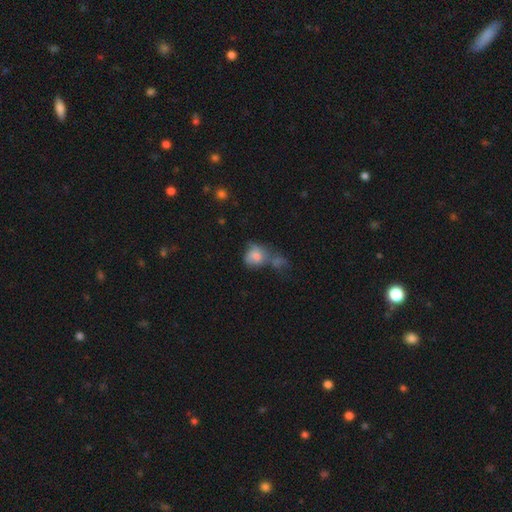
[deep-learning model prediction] The model was most divided on "merging": merger: 43%, none: 28%, minor disturbance: 17%, major disturbance: 12%. More confident: smooth or featured — smooth (75%); how rounded — round (61%).